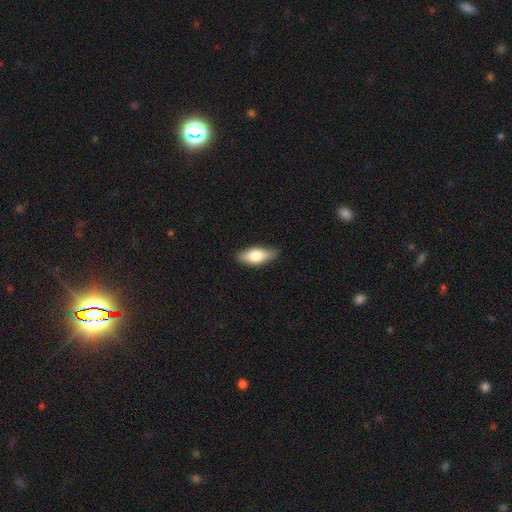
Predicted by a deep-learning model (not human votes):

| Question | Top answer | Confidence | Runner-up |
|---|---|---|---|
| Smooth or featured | smooth | 68% | featured or disk (26%) |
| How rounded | in between | 76% | cigar-shaped (21%) |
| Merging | none | 84% | minor disturbance (13%) |